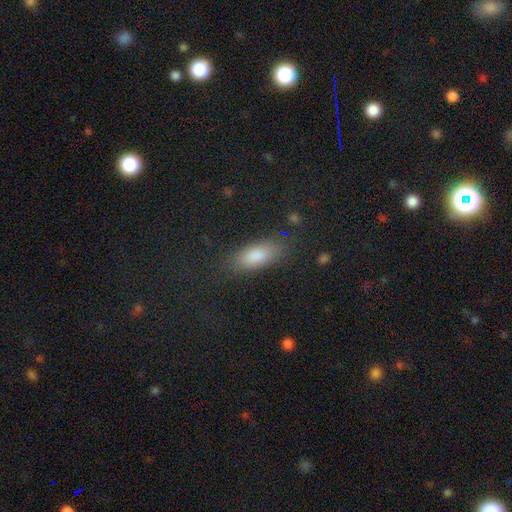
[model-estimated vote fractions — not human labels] A smooth galaxy with no disk features (82%) that is in between round and cigar-shaped (76%).

Vote fractions:
- Smooth or featured? smooth: 82% / star or artifact: 10% / featured or disk: 9%
- How rounded? in between: 76% / cigar-shaped: 20% / round: 4%
- Merging? none: 82% / minor disturbance: 12% / major disturbance: 4% / merger: 2%